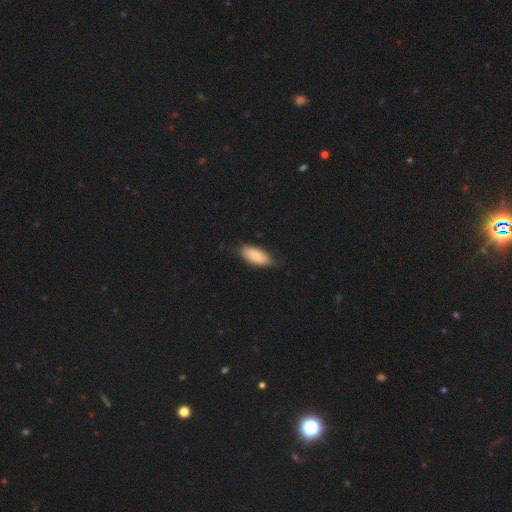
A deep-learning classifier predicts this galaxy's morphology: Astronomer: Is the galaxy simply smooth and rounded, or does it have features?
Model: smooth — 84%.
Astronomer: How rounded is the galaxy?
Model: in between — 85%.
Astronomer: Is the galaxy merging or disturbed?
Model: none — 77%.